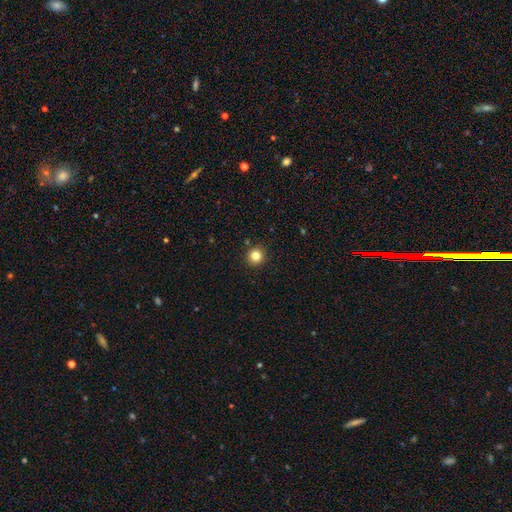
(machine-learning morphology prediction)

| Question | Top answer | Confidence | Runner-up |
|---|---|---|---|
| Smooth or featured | smooth | 83% | star or artifact (12%) |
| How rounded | round | 92% | in between (7%) |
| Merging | none | 91% | minor disturbance (6%) |